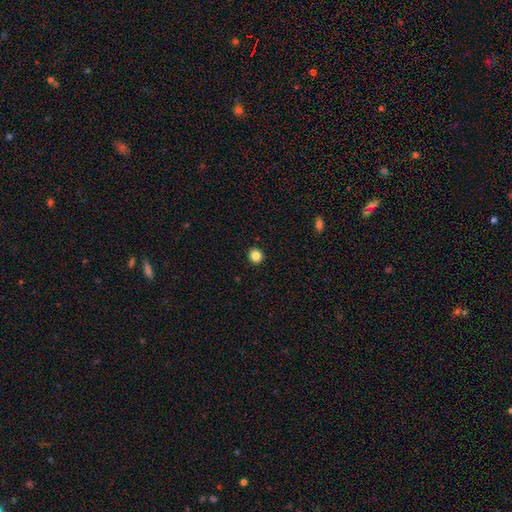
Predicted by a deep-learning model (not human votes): Smooth or featured?
  - smooth: 85% *
  - star or artifact: 11%
  - featured or disk: 5%
How rounded?
  - round: 90% *
  - in between: 9%
  - cigar-shaped: 1%
Merging?
  - none: 93% *
  - minor disturbance: 4%
  - major disturbance: 1%
  - merger: 1%